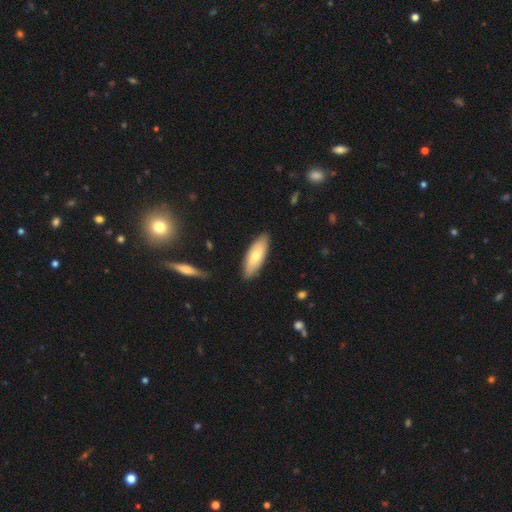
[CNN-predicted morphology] Smooth or featured: smooth — 70% (featured or disk — 25%)
How rounded: in between — 68% (cigar-shaped — 30%)
Merging: none — 86% (minor disturbance — 11%)